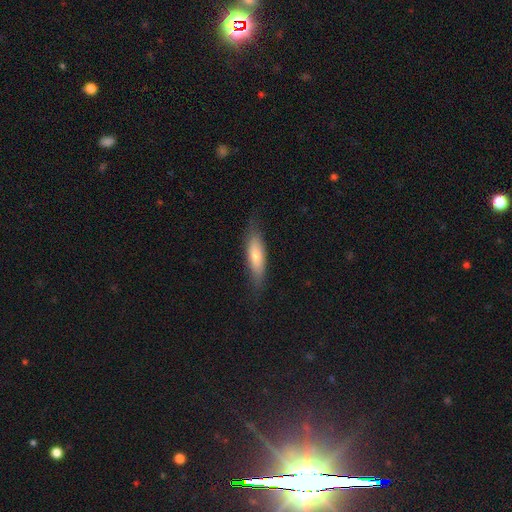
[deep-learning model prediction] This appears to be a smooth galaxy with no disk features (73%) that is cigar-shaped (52%). Merging: none (76%).